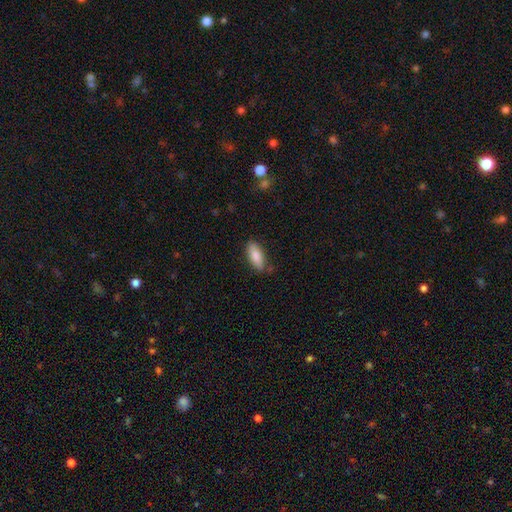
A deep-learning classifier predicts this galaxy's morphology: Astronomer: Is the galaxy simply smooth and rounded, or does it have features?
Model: smooth — 85%.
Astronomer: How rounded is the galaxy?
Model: in between — 77%.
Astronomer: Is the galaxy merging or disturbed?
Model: none — 80%.